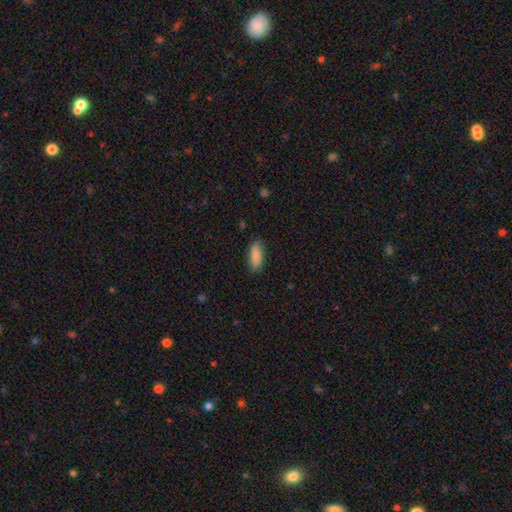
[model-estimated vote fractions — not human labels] This appears to be a smooth galaxy with no disk features (84%) that is in between round and cigar-shaped (71%). Merging: none (82%).